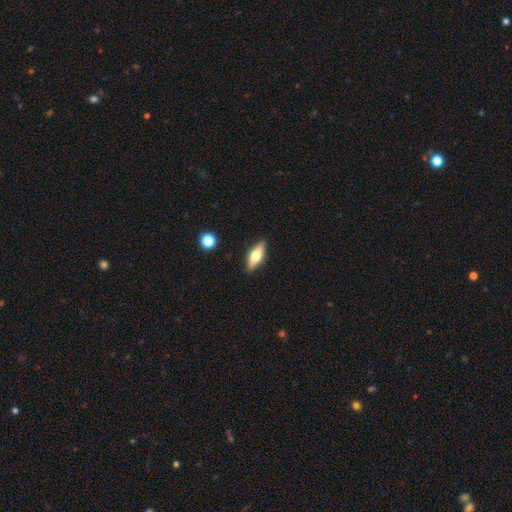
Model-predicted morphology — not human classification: A smooth galaxy with no disk features (57%) that is in between round and cigar-shaped (69%).

Vote fractions:
- Smooth or featured? smooth: 57% / featured or disk: 36% / star or artifact: 7%
- How rounded? in between: 69% / cigar-shaped: 28% / round: 3%
- Merging? none: 87% / minor disturbance: 10% / major disturbance: 2% / merger: 1%